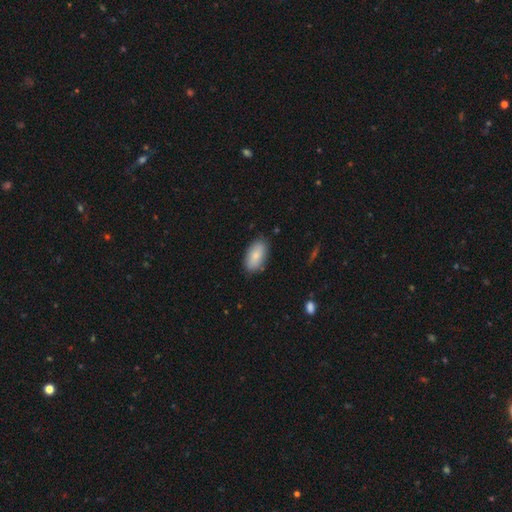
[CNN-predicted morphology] Smooth or featured? Predicted: smooth (p=0.82). How rounded? Predicted: in between (p=0.94). Merging? Predicted: none (p=0.83).